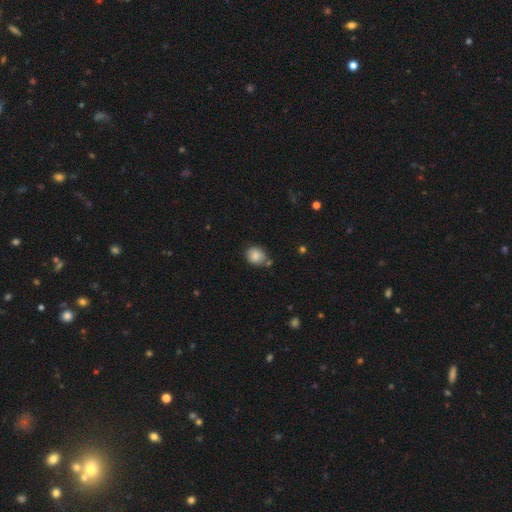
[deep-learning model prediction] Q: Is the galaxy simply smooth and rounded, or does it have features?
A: smooth — 84%.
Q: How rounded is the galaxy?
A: round — 69%.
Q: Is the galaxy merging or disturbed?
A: none — 68%.